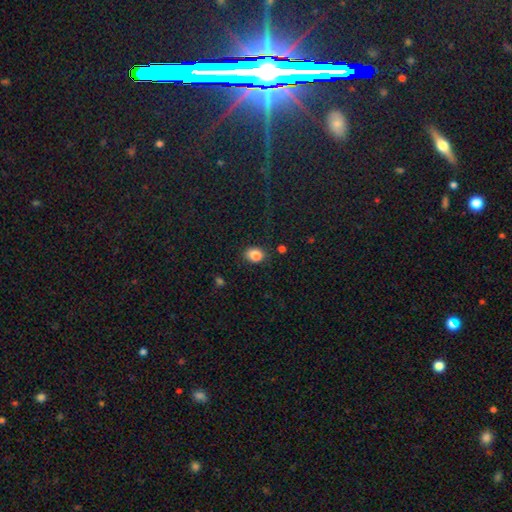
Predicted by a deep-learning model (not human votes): smooth 85%, star or artifact 10%, featured or disk 6%. Down the decision tree: how rounded — in between (62%); merging — none (83%).